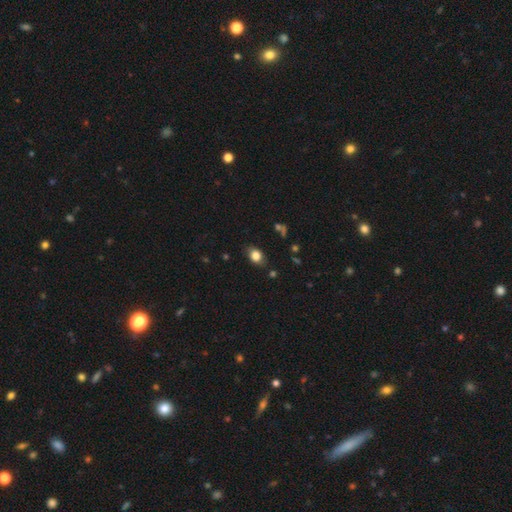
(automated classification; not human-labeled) Smooth or featured? Predicted: smooth (p=0.82). How rounded? Predicted: in between (p=0.69). Merging? Predicted: none (p=0.80).